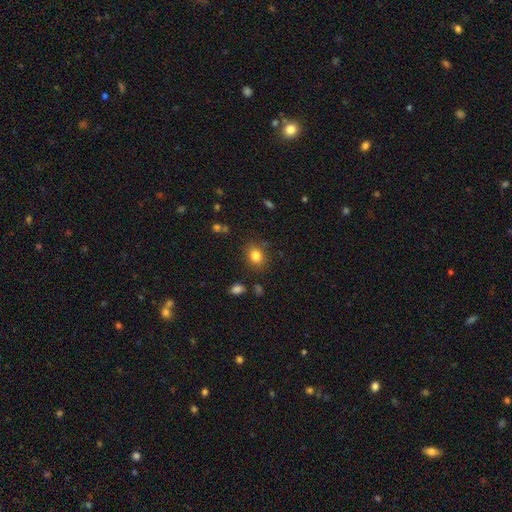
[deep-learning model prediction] Q: Smooth or featured?
A: smooth (83%); runner-up: star or artifact (11%)
Q: How rounded?
A: round (51%); runner-up: in between (48%)
Q: Merging?
A: none (83%); runner-up: minor disturbance (11%)